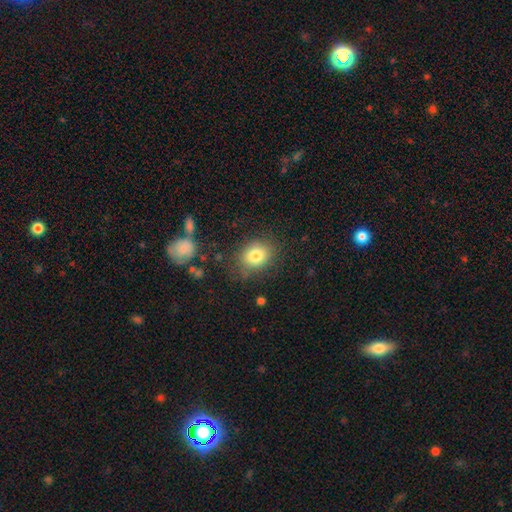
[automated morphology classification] Smooth or featured?
  - smooth: 81% *
  - star or artifact: 10%
  - featured or disk: 9%
How rounded?
  - round: 50% *
  - in between: 49%
  - cigar-shaped: 1%
Merging?
  - none: 76% *
  - minor disturbance: 15%
  - major disturbance: 5%
  - merger: 3%